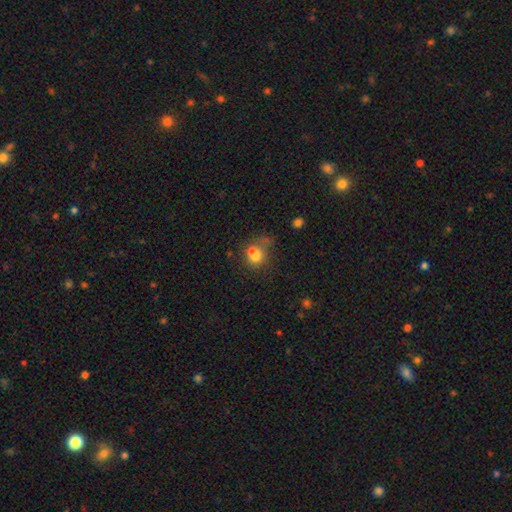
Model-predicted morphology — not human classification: A smooth galaxy with no disk features (68%) that is round (68%). Merging: merger (55%).